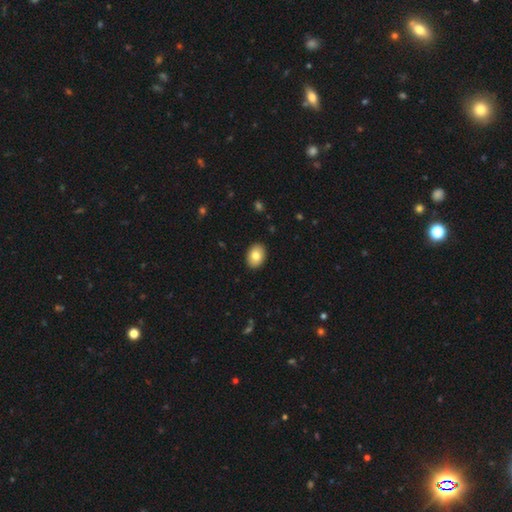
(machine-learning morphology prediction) smooth 82%, featured or disk 11%, star or artifact 7%. Down the decision tree: how rounded — in between (76%); merging — none (91%).